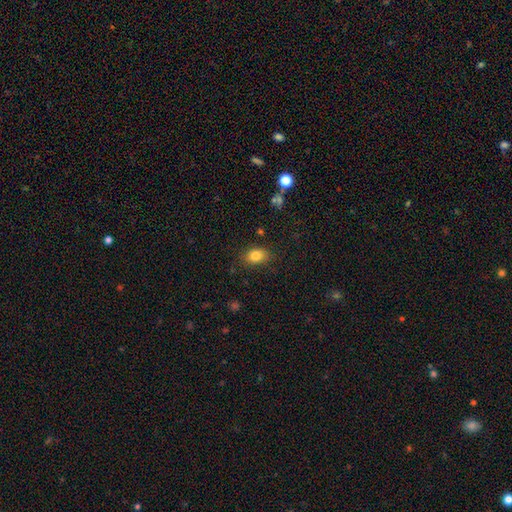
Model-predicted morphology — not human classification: Smooth or featured? Predicted: smooth (p=0.82). How rounded? Predicted: in between (p=0.72). Merging? Predicted: none (p=0.81).